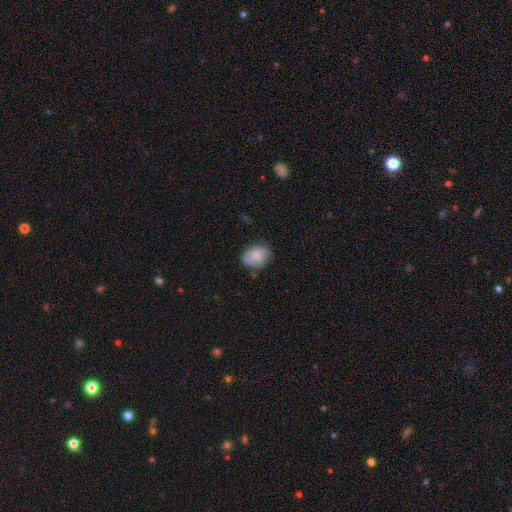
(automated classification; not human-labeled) A smooth galaxy with no disk features (83%) that is in between round and cigar-shaped (65%). Merging: none (70%).